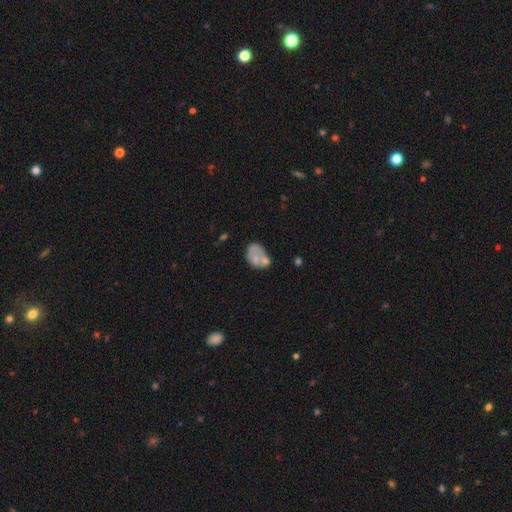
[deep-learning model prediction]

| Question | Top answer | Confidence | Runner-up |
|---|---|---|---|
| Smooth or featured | smooth | 58% | featured or disk (33%) |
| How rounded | in between | 76% | round (22%) |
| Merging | none | 33% | merger (31%) |